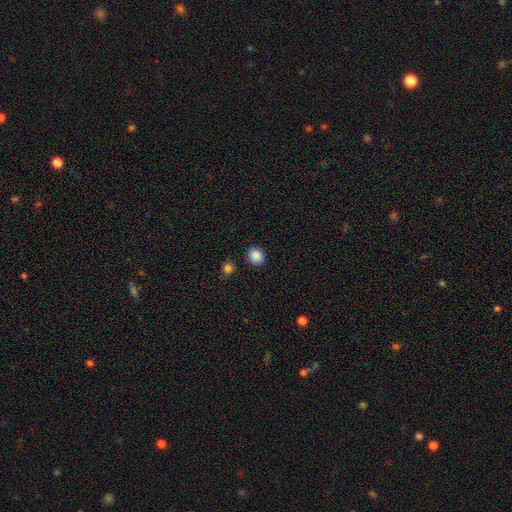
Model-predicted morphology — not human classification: This appears to be a smooth galaxy with no disk features (87%) that is round (78%). Merging: none (88%).